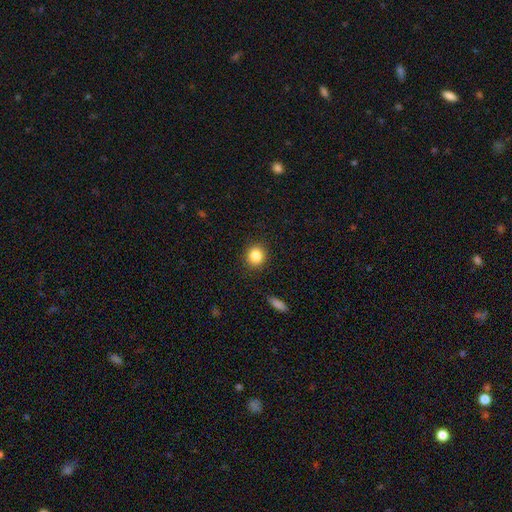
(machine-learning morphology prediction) A smooth galaxy with no disk features (85%) that is round (84%). Merging: none (90%).